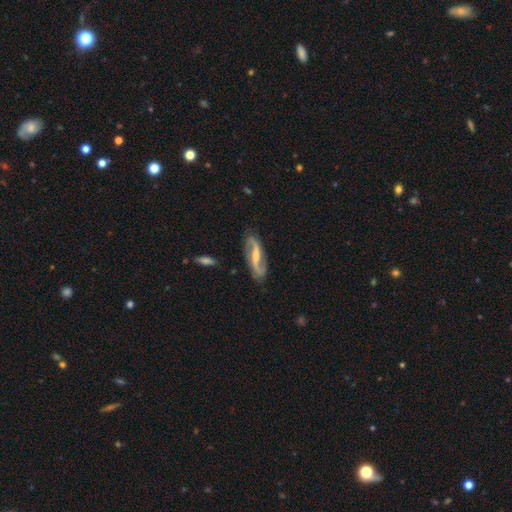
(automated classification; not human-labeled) featured or disk 87%, smooth 9%, star or artifact 5%. Down the decision tree: edge-on disk — no (92%); bar — strong (45%); spiral arms — yes (96%); spiral arm count — 2 (93%); spiral winding — loose (49%); bulge size — small (44%); merging — none (82%).